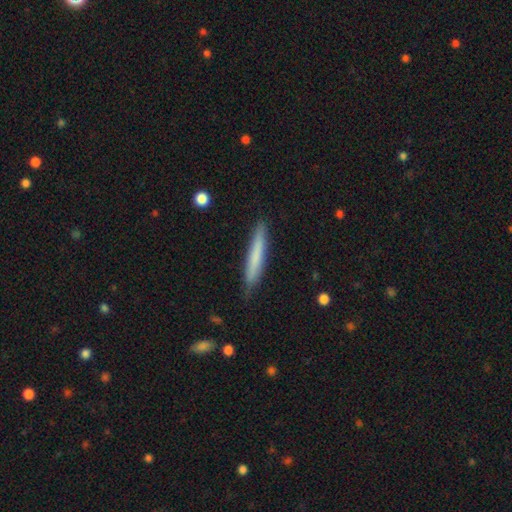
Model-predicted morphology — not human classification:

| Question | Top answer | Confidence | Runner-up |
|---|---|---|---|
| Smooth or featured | smooth | 70% | featured or disk (25%) |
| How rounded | cigar-shaped | 95% | in between (4%) |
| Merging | none | 84% | minor disturbance (12%) |